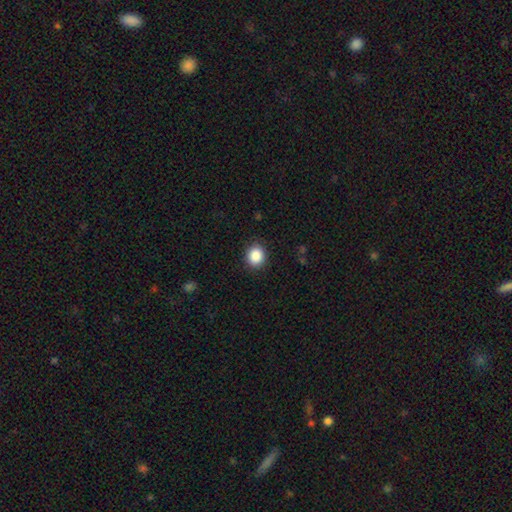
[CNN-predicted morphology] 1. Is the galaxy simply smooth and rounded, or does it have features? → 88% smooth, 9% star or artifact, 3% featured or disk.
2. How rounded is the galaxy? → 75% round, 24% in between, 1% cigar-shaped.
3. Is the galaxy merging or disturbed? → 89% none, 8% minor disturbance, 2% major disturbance, 1% merger.